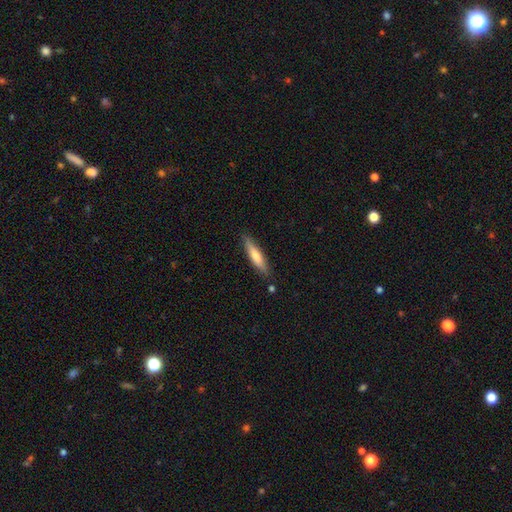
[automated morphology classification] Smooth or featured? Predicted: smooth (p=0.61). How rounded? Predicted: cigar-shaped (p=0.85). Merging? Predicted: none (p=0.86).